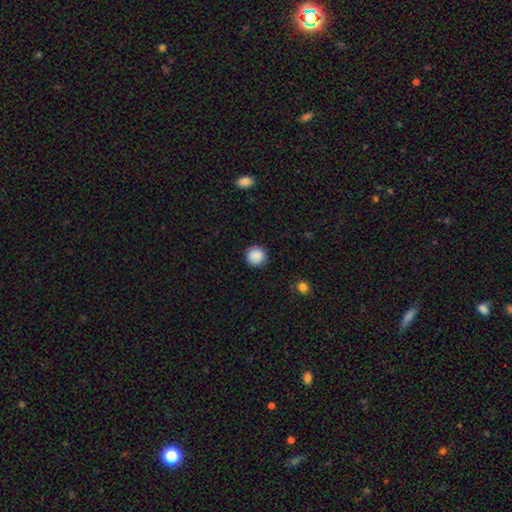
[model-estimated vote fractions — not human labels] smooth 89%, star or artifact 8%, featured or disk 3%. Down the decision tree: how rounded — round (95%); merging — none (91%).